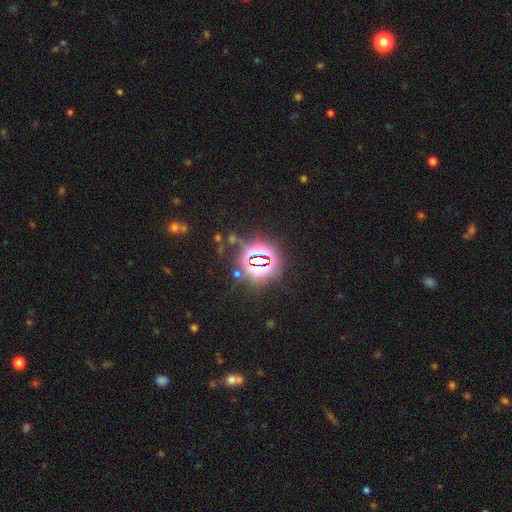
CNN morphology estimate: The model was most divided on "smooth or featured": star or artifact: 81%, smooth: 11%, featured or disk: 8%.